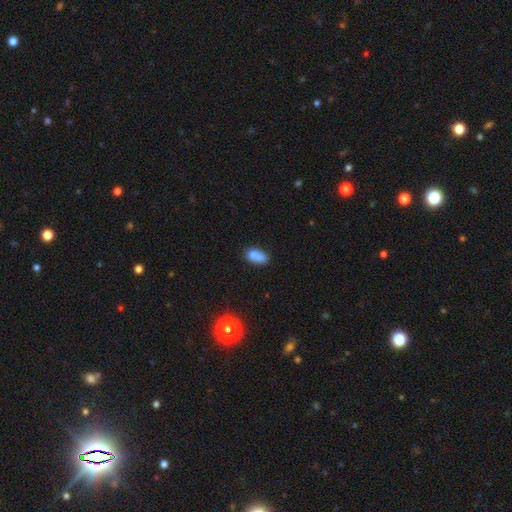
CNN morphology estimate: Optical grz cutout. It shows a smooth galaxy with no disk features (75%) that is in between round and cigar-shaped (80%). Merging: none (39%, tied with merger).